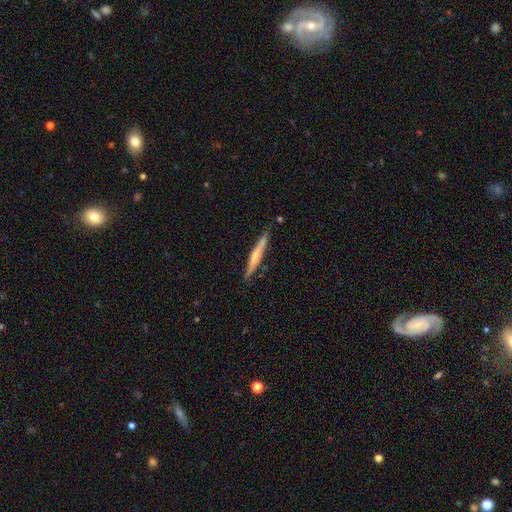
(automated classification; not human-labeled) Smooth or featured? featured or disk (52%)
Edge-on disk? yes (96%)
Merging? none (84%)